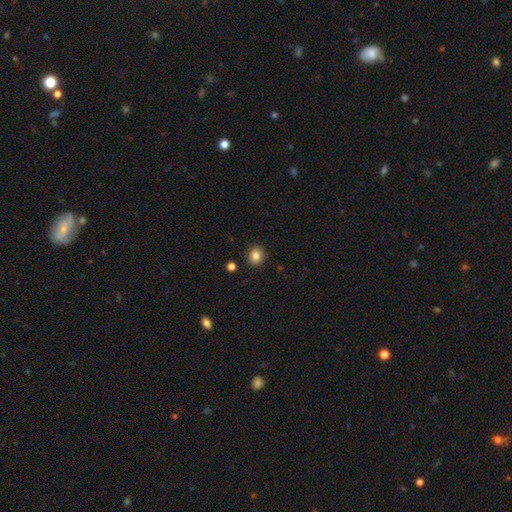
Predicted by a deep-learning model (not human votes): A smooth galaxy with no disk features (84%) that is round (81%). Merging: none (90%).